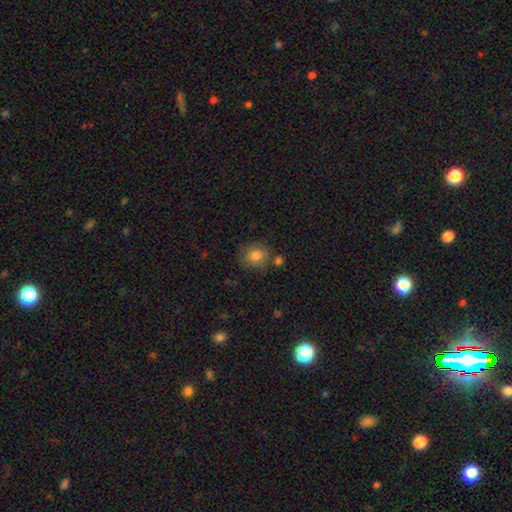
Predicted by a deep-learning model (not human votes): Morphology: type=smooth (83%); roundness=round (76%); merging=none (75%).